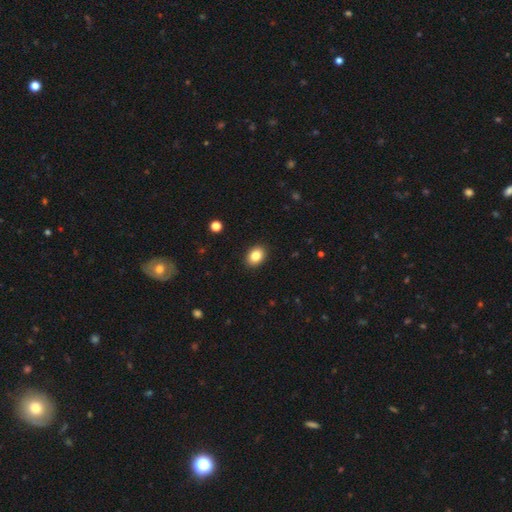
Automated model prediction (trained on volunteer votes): Q: Smooth or featured?
A: smooth (85%); runner-up: star or artifact (9%)
Q: How rounded?
A: in between (66%); runner-up: round (33%)
Q: Merging?
A: none (90%); runner-up: minor disturbance (7%)